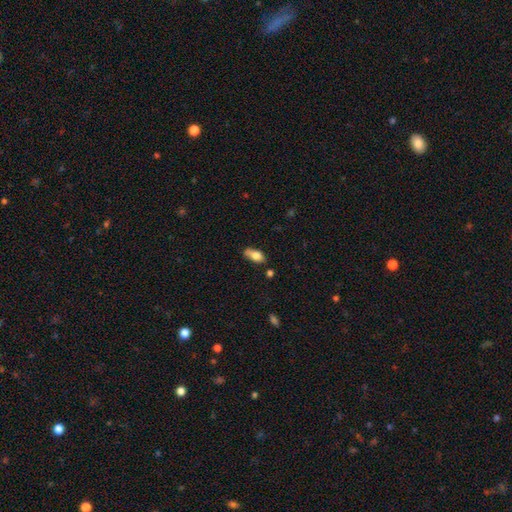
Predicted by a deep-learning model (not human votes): Overall: smooth (77%). How rounded: in between (86%). Merging: none (52%; minor disturbance 28%).